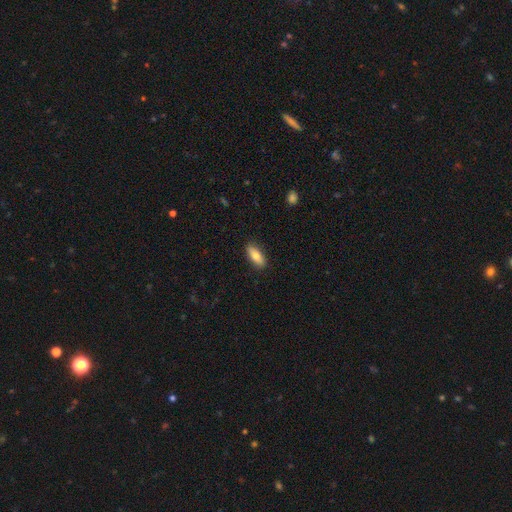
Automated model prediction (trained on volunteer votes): Morphology: type=smooth (78%); roundness=in between (77%); merging=none (88%).